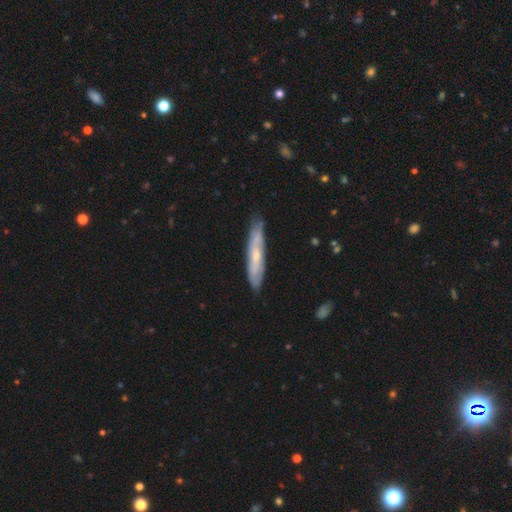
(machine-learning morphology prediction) This appears to be a featured or disk galaxy (54%) viewed edge-on (58%). Merging: none (78%).